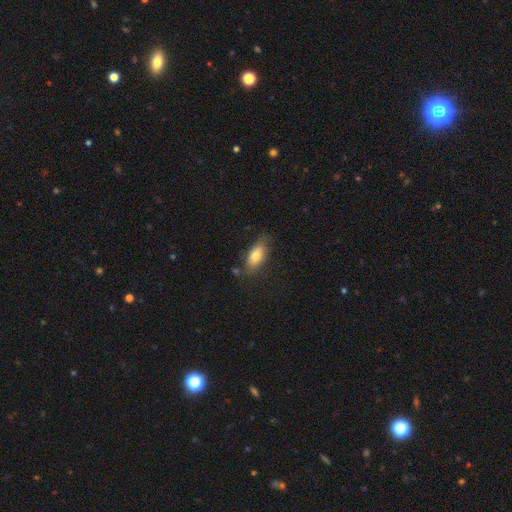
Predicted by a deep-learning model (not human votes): Smooth or featured? Predicted: smooth (p=0.78). How rounded? Predicted: in between (p=0.83). Merging? Predicted: none (p=0.73).